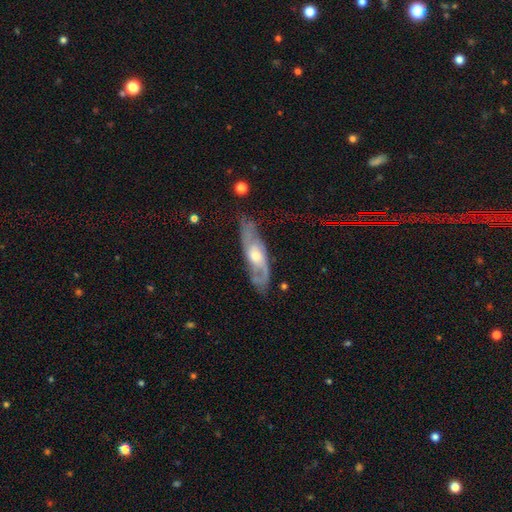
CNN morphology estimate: Smooth or featured? featured or disk (79%)
Edge-on disk? no (74%)
Bar? no (65%)
Spiral arms? yes (90%)
Spiral winding? medium (47%)
Spiral arm count? 2 (67%)
Bulge size? moderate (62%)
Merging? none (74%)